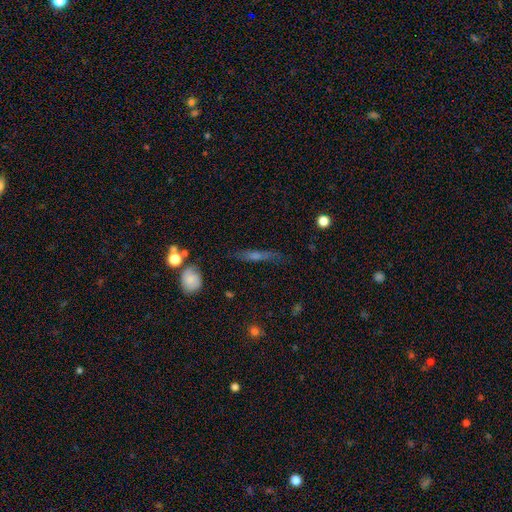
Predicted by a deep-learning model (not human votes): A featured or disk galaxy (50%).

Vote fractions:
- Smooth or featured? featured or disk: 50% / smooth: 36% / star or artifact: 15%
- Merging? none: 76% / minor disturbance: 16% / major disturbance: 5% / merger: 3%